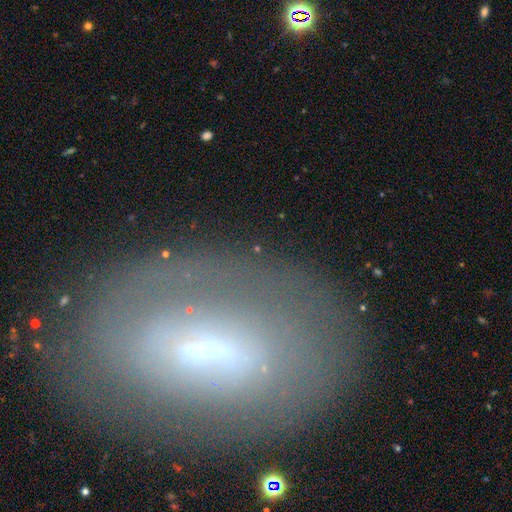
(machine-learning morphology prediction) This appears to be a featured or disk galaxy (55%). Merging: none (68%).